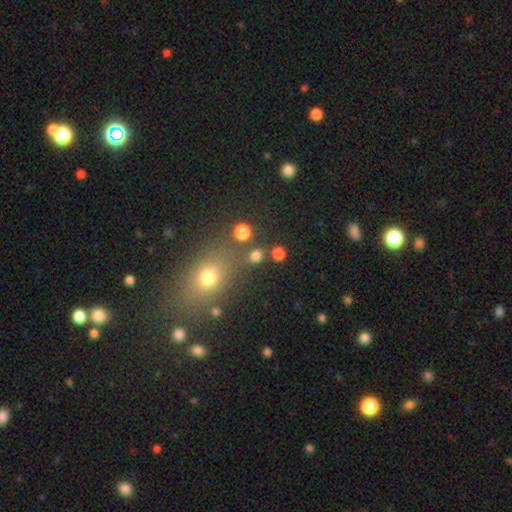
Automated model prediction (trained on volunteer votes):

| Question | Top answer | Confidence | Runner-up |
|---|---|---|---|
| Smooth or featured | smooth | 77% | star or artifact (17%) |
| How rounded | round | 85% | in between (14%) |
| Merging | none | 78% | merger (11%) |